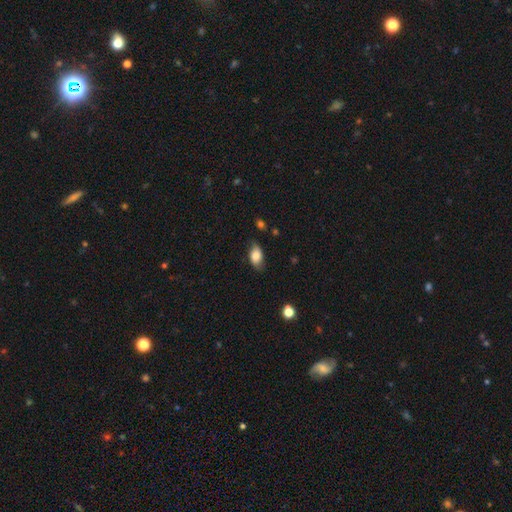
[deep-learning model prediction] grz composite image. It shows a smooth galaxy with no disk features (79%) that is in between round and cigar-shaped (91%). Merging: none (73%).